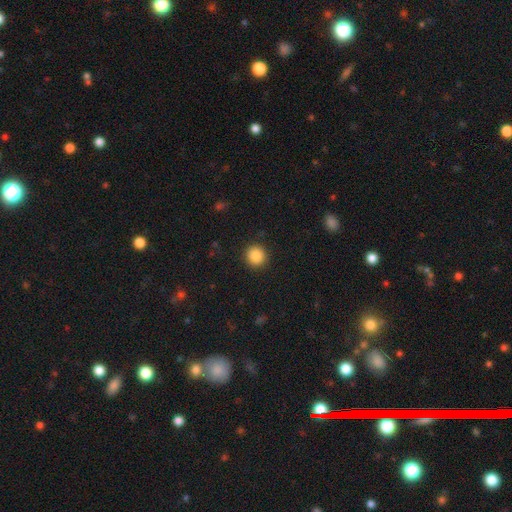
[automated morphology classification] This is clearly a smooth galaxy (88%). How rounded: clearly round (93%). Merging: clearly none (91%).